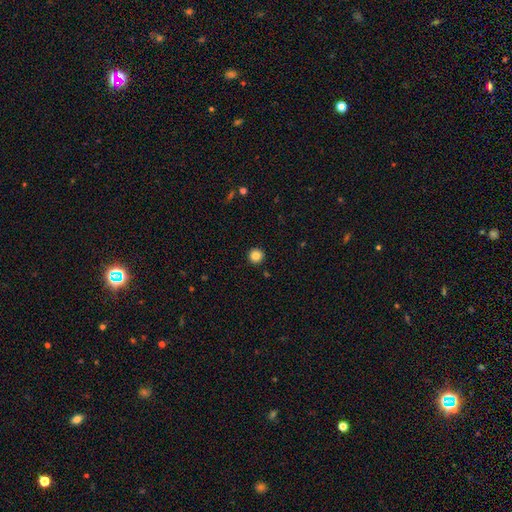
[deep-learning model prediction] smooth 84%, star or artifact 11%, featured or disk 5%. Down the decision tree: how rounded — round (96%); merging — none (93%).